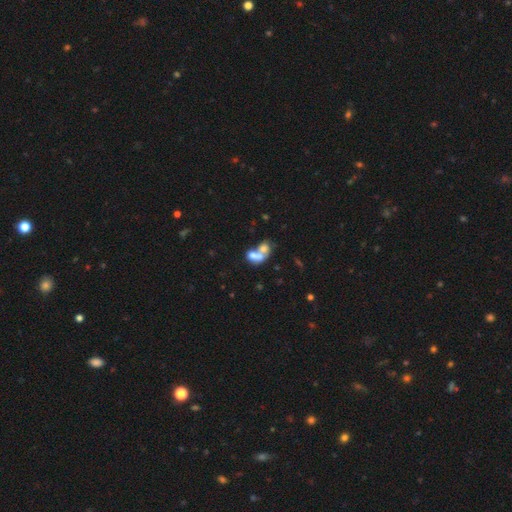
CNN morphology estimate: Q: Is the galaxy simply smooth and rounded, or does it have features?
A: smooth — 63%.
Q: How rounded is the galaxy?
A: in between — 76%.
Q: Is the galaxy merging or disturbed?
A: merger — 73%.